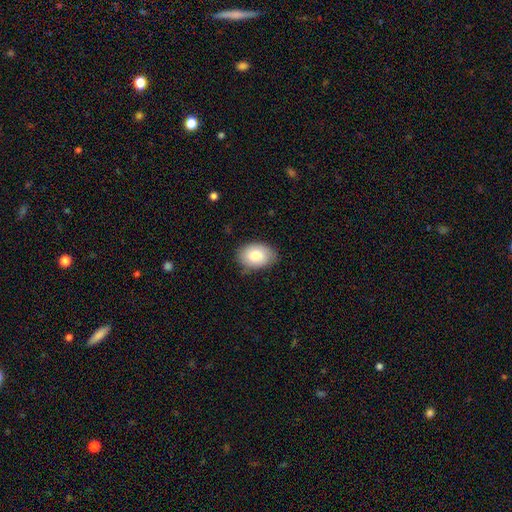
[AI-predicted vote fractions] Q: Smooth or featured?
A: smooth (79%); runner-up: featured or disk (14%)
Q: How rounded?
A: in between (82%); runner-up: round (17%)
Q: Merging?
A: none (77%); runner-up: minor disturbance (18%)